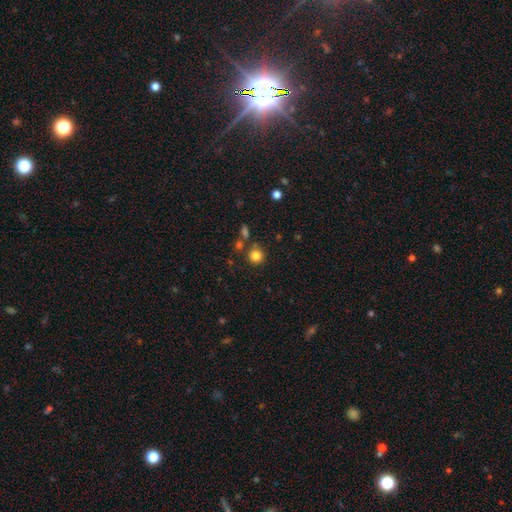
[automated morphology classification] Q: Smooth or featured?
A: smooth (83%); runner-up: star or artifact (12%)
Q: How rounded?
A: round (91%); runner-up: in between (8%)
Q: Merging?
A: none (76%); runner-up: minor disturbance (10%)